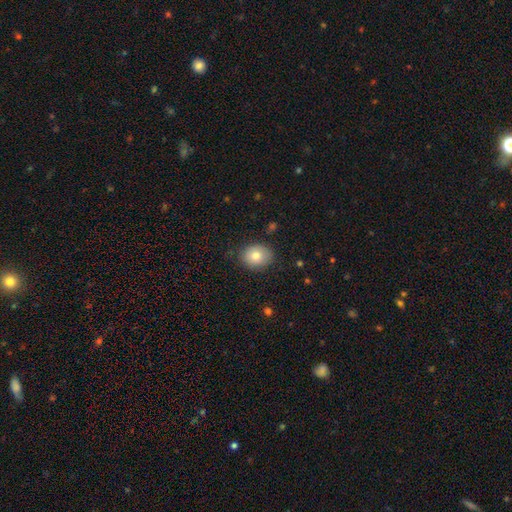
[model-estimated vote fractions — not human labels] The model was most divided on "how rounded": round: 54%, in between: 45%, cigar-shaped: 1%. More confident: merging — none (82%); smooth or featured — smooth (80%).